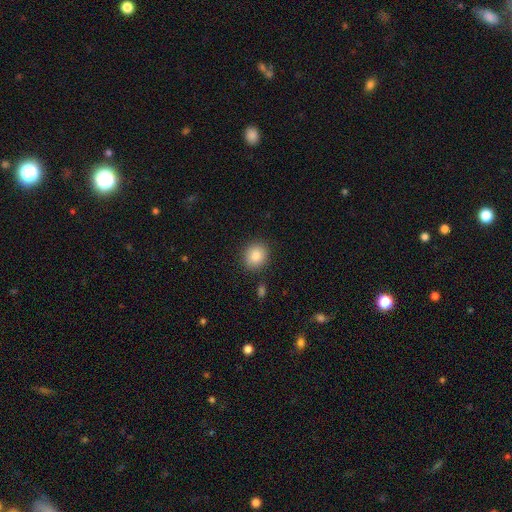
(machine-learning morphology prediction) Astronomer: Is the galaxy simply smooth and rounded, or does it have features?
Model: smooth — 84%.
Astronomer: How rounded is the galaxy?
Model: round — 78%.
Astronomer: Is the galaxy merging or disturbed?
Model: none — 88%.